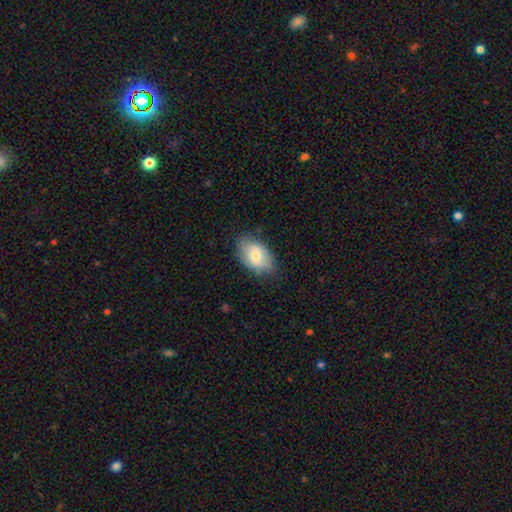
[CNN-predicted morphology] Q: Smooth or featured?
A: smooth (68%); runner-up: featured or disk (24%)
Q: How rounded?
A: in between (90%); runner-up: round (9%)
Q: Merging?
A: none (75%); runner-up: minor disturbance (19%)